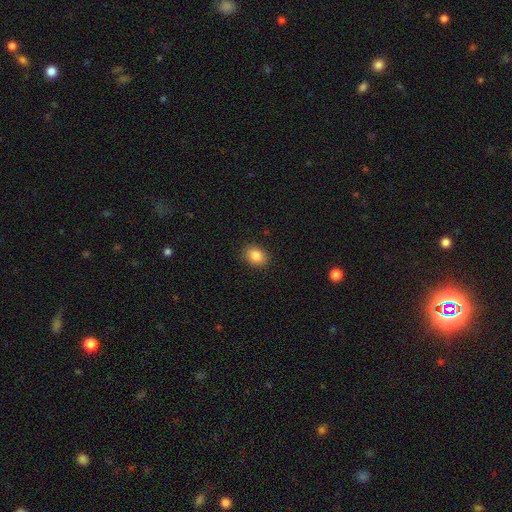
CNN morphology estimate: The model was most divided on "how rounded": in between: 65%, round: 34%, cigar-shaped: 1%. More confident: merging — none (89%); smooth or featured — smooth (86%).